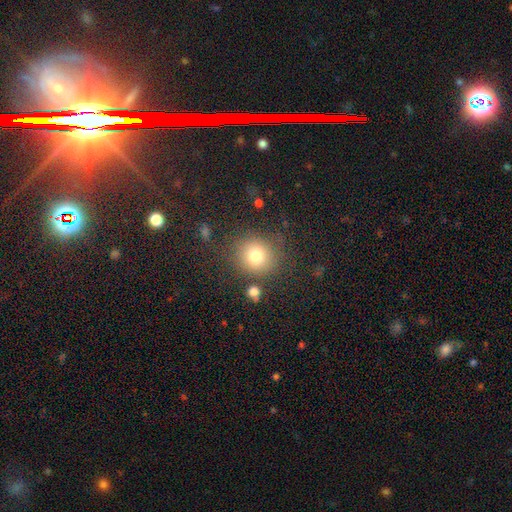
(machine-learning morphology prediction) Smooth or featured? Predicted: smooth (p=0.78). How rounded? Predicted: round (p=0.86). Merging? Predicted: none (p=0.79).